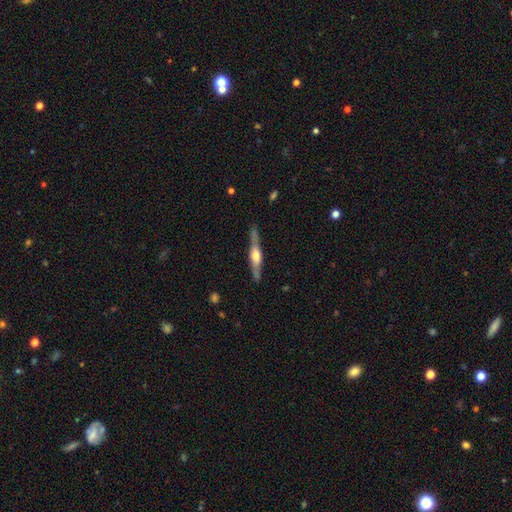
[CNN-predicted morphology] Smooth or featured? featured or disk (69%)
Edge-on disk? yes (95%)
Edge-on bulge? rounded (87%)
Merging? none (83%)